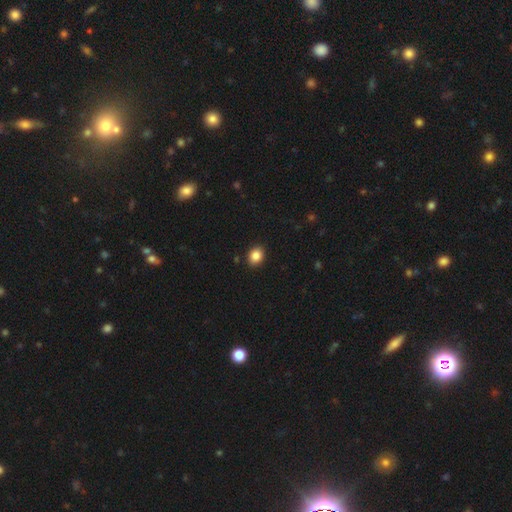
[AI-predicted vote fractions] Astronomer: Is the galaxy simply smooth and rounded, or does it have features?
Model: smooth — 87%.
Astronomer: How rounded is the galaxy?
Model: in between — 52% (runner-up: round, 47%).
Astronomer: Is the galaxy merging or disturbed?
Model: none — 90%.